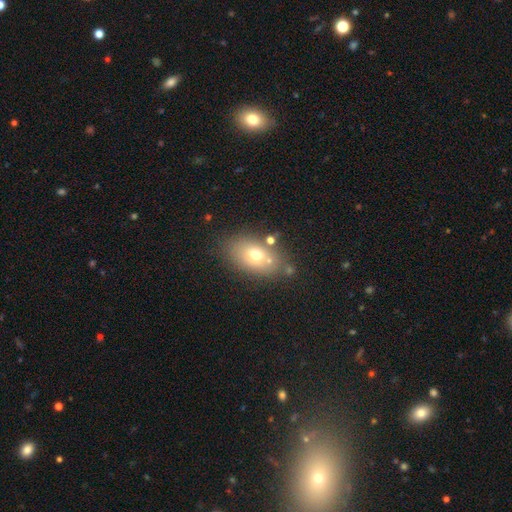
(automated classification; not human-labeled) A smooth galaxy with no disk features (68%) that is in between round and cigar-shaped (79%). Merging: none (69%).